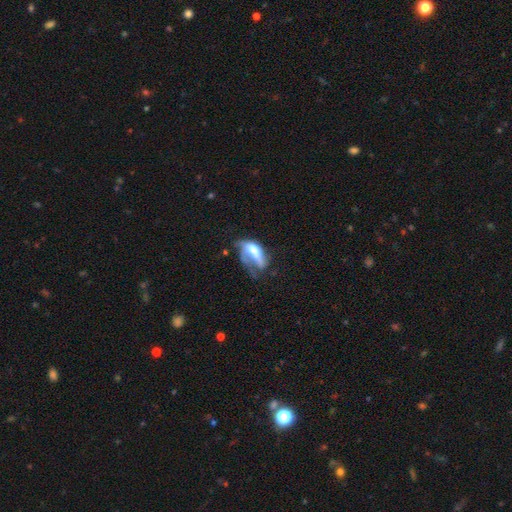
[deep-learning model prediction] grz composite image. It shows a featured or disk galaxy (48%). Merging: major disturbance (48%).